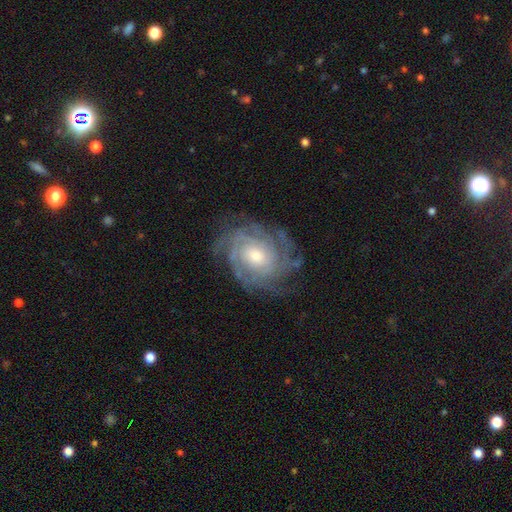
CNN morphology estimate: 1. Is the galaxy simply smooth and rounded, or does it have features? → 86% featured or disk, 7% smooth, 6% star or artifact.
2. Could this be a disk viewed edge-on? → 96% no, 4% yes.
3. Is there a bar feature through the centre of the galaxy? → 73% no, 22% weak, 5% strong.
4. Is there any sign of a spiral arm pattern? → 96% yes, 4% no.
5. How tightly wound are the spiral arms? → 72% tight, 23% medium, 5% loose.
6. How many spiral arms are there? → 32% can't tell, 23% 4, 16% 3, 13% more than 4, 10% 2, 7% 1.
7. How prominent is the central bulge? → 59% moderate, 31% small, 8% large, 1% none, 1% dominant.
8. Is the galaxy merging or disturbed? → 76% none, 16% minor disturbance, 7% major disturbance, 1% merger.